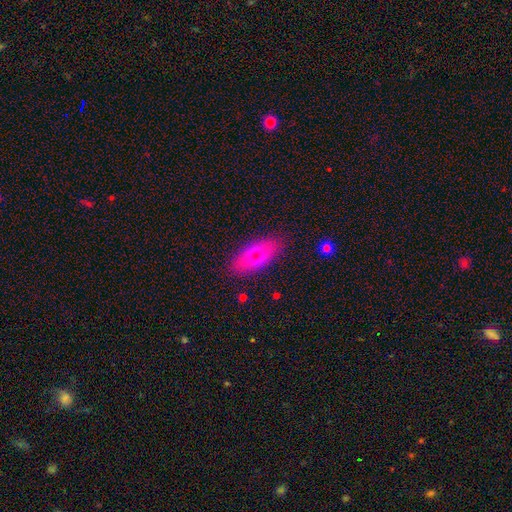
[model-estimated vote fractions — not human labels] The model was most divided on "smooth or featured": smooth: 70%, featured or disk: 22%, star or artifact: 8%. More confident: merging — none (86%); how rounded — in between (81%).